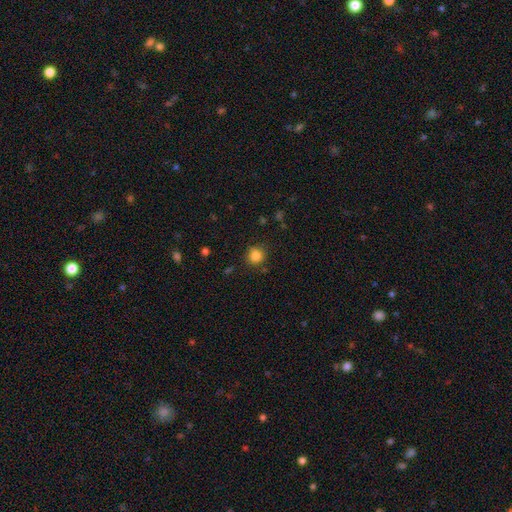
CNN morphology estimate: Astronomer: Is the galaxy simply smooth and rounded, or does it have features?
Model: smooth — 84%.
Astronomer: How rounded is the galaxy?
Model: round — 88%.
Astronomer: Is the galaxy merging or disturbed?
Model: none — 83%.